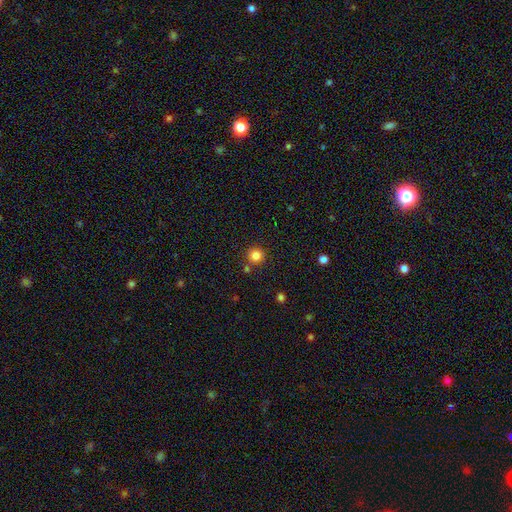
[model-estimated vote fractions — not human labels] A smooth galaxy with no disk features (83%) that is round (93%).

Vote fractions:
- Smooth or featured? smooth: 83% / star or artifact: 12% / featured or disk: 5%
- How rounded? round: 93% / in between: 6% / cigar-shaped: 1%
- Merging? none: 82% / merger: 8% / minor disturbance: 7% / major disturbance: 2%